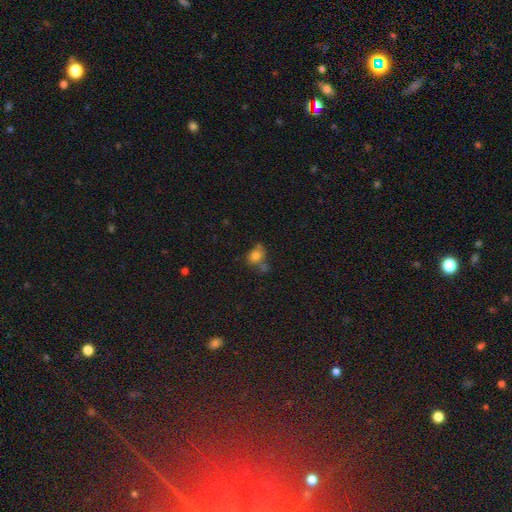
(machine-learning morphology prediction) Q: Smooth or featured?
A: smooth (77%); runner-up: star or artifact (12%)
Q: How rounded?
A: round (51%); runner-up: in between (48%)
Q: Merging?
A: none (43%); runner-up: merger (28%)